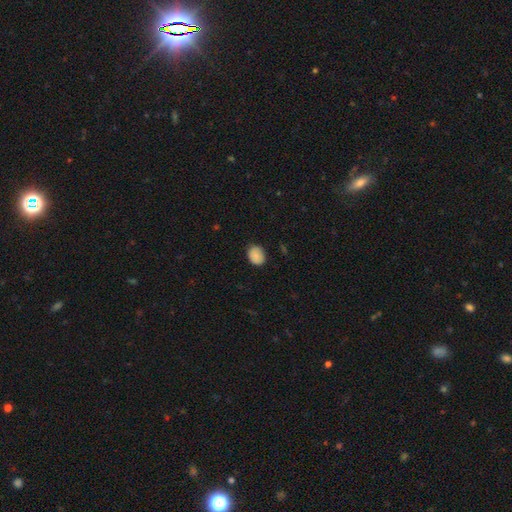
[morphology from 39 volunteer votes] Q: Smooth or featured?
A: smooth (87%); runner-up: star or artifact (10%)
Q: How rounded?
A: in between (56%); runner-up: round (44%)
Q: Merging?
A: none (86%); runner-up: minor disturbance (14%)